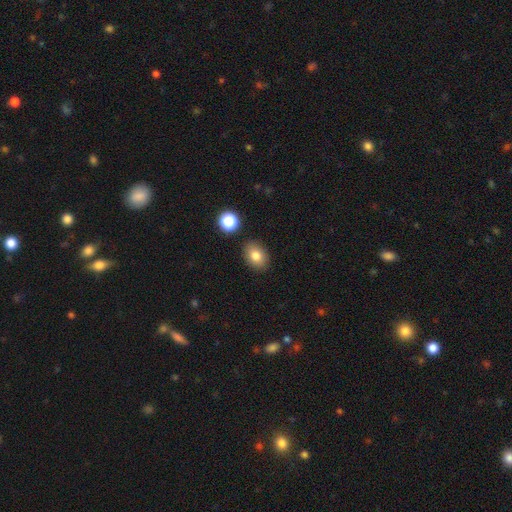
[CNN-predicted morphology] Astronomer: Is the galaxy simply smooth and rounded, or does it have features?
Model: smooth — 81%.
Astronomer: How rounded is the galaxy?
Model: in between — 67%.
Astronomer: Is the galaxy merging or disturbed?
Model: none — 86%.